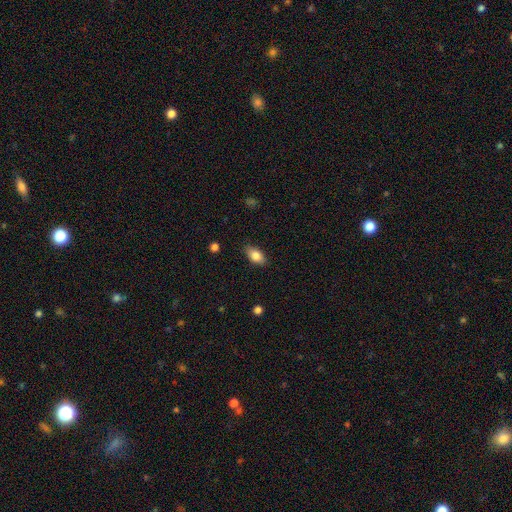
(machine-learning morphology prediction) smooth-or-featured: smooth: 83% | featured or disk: 9% | star or artifact: 7%
  how-rounded: in between: 89% | round: 6% | cigar-shaped: 5%
  merging: none: 85% | minor disturbance: 12% | major disturbance: 2% | merger: 1%